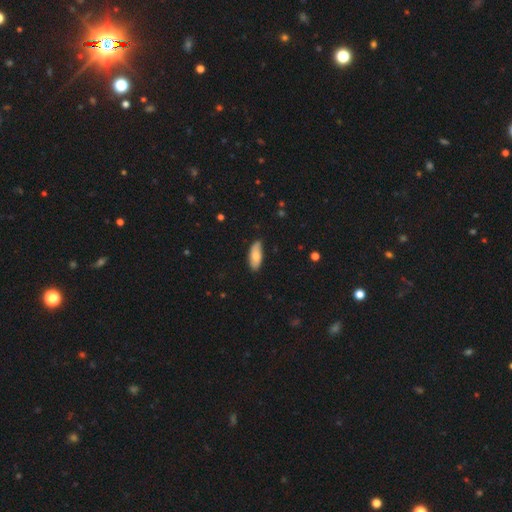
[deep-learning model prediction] Smooth or featured: smooth — 75% (featured or disk — 19%)
How rounded: in between — 79% (cigar-shaped — 19%)
Merging: none — 81% (minor disturbance — 16%)